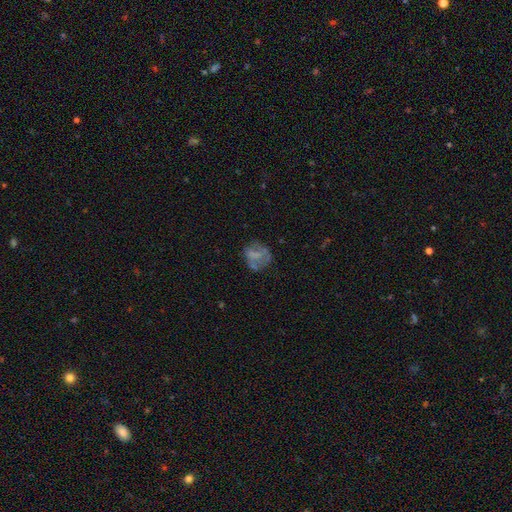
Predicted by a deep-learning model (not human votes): A smooth galaxy with no disk features (46%). Merging: none (50%).